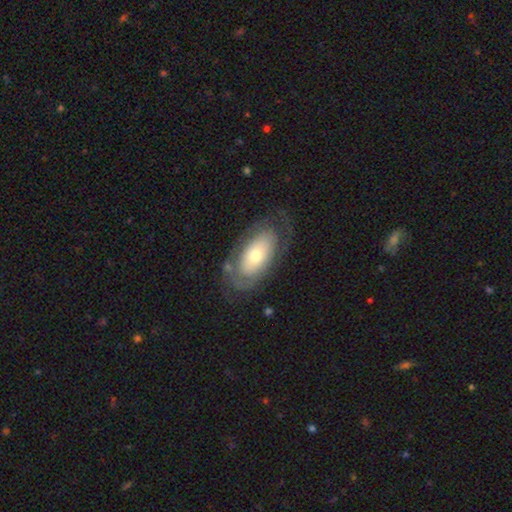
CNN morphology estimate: This is possibly a featured or disk galaxy (52%). It is clearly not viewed edge-on (88%). Merging: likely none (68%).